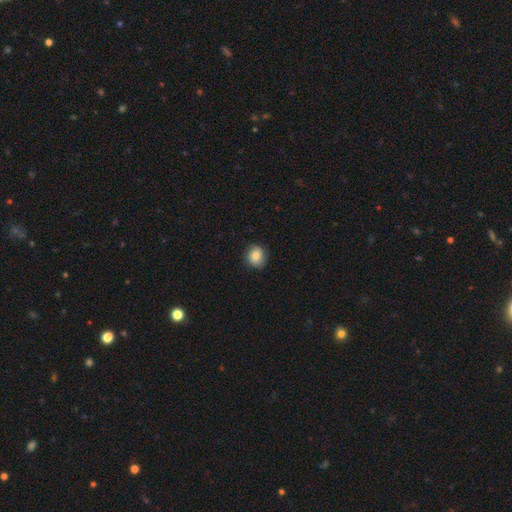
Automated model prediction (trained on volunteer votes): Smooth or featured? smooth (80%)
How rounded? round (80%)
Merging? none (84%)